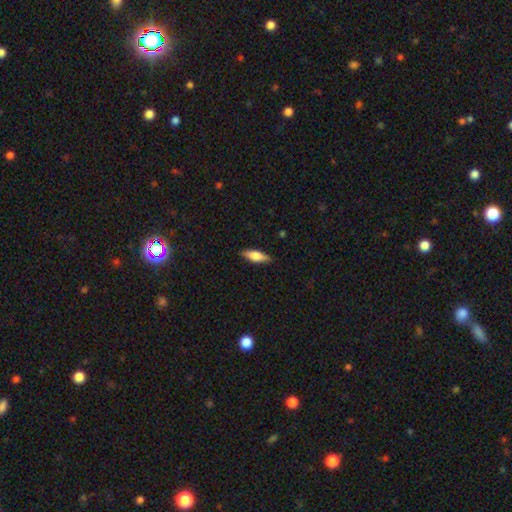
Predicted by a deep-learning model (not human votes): Q: Smooth or featured?
A: smooth (65%); runner-up: featured or disk (29%)
Q: How rounded?
A: in between (54%); runner-up: cigar-shaped (43%)
Q: Merging?
A: none (87%); runner-up: minor disturbance (10%)